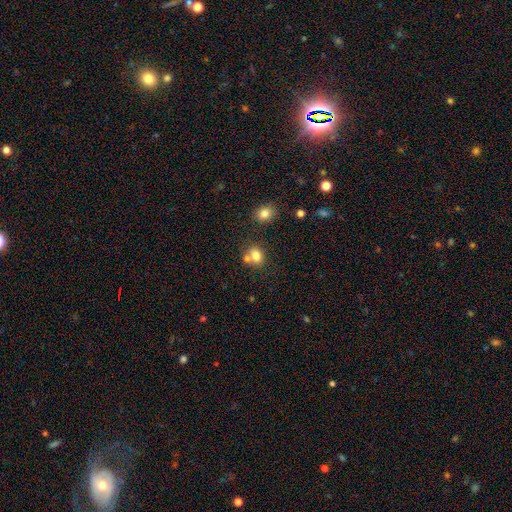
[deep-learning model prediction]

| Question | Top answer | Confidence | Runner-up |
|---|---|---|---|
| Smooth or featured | smooth | 78% | star or artifact (11%) |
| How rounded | round | 56% | in between (43%) |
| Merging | none | 50% | merger (35%) |